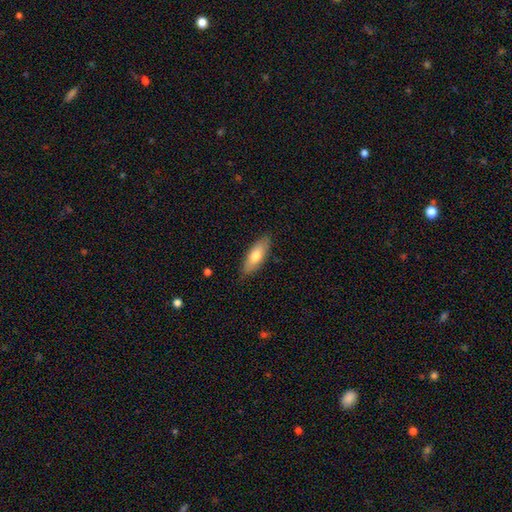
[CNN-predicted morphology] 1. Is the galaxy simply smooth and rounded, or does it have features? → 71% smooth, 23% featured or disk, 6% star or artifact.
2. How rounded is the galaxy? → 66% in between, 32% cigar-shaped, 2% round.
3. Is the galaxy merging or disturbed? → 85% none, 11% minor disturbance, 2% major disturbance, 1% merger.